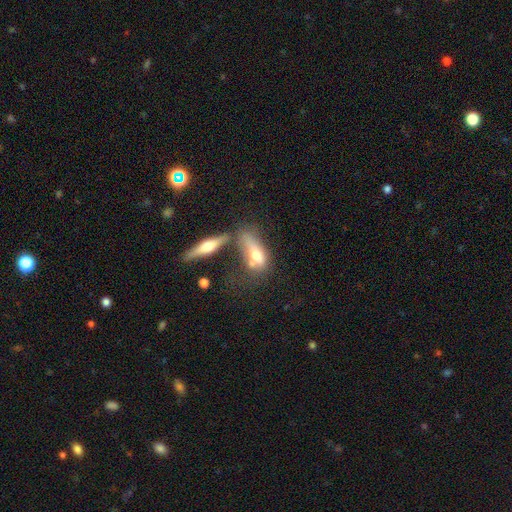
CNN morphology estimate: smooth 55%, featured or disk 37%, star or artifact 9%. Down the decision tree: how rounded — in between (69%); merging — merger (44%).